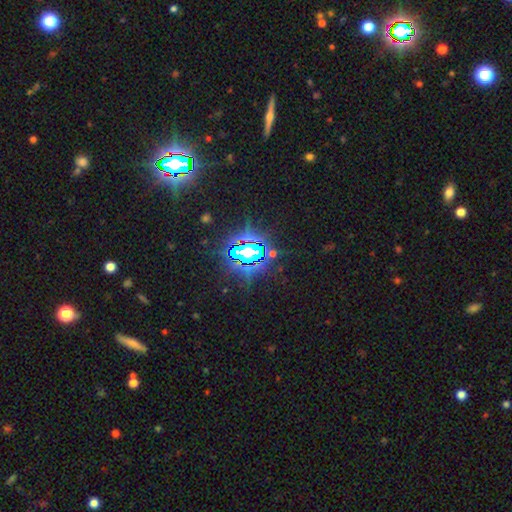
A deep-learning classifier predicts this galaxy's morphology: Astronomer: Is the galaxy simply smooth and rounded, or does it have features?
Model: star or artifact — 80%.